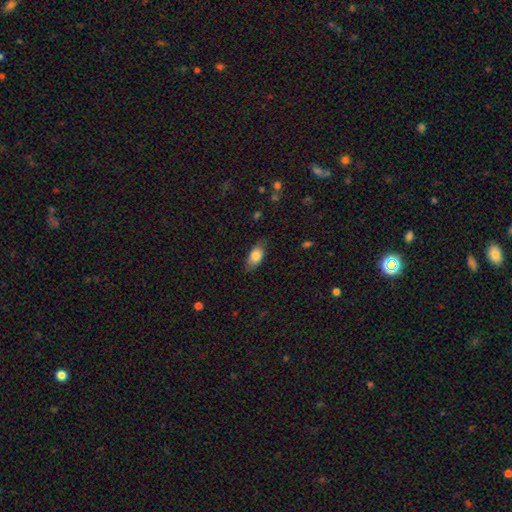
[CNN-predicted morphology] The model was most divided on "merging": none: 77%, minor disturbance: 18%, major disturbance: 4%, merger: 1%. More confident: how rounded — in between (88%); smooth or featured — smooth (80%).